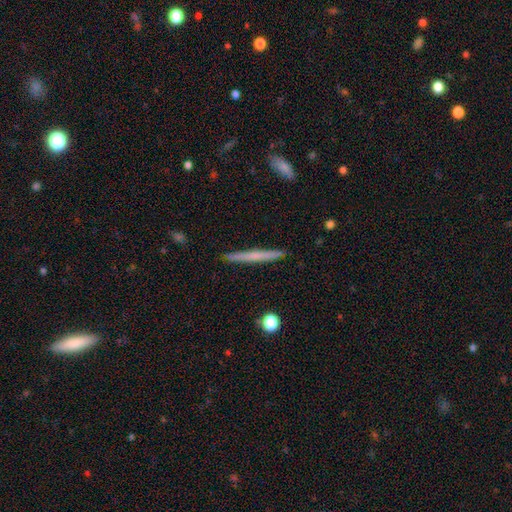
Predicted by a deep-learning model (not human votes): This is possibly a smooth galaxy (48%). Merging: clearly none (92%).